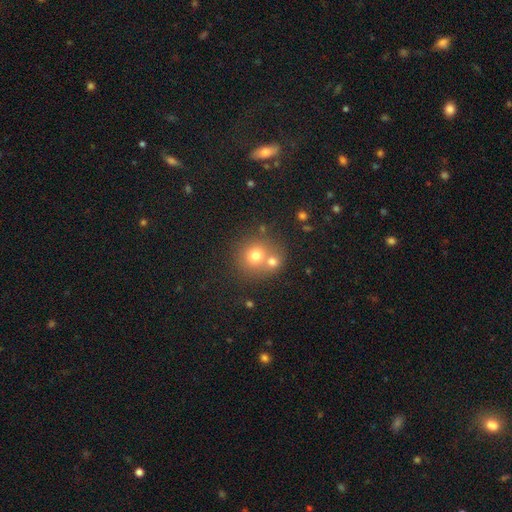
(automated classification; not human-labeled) Smooth or featured?
  - smooth: 71% *
  - featured or disk: 15%
  - star or artifact: 14%
How rounded?
  - round: 87% *
  - in between: 13%
  - cigar-shaped: 1%
Merging?
  - none: 49% *
  - merger: 40%
  - minor disturbance: 7%
  - major disturbance: 3%